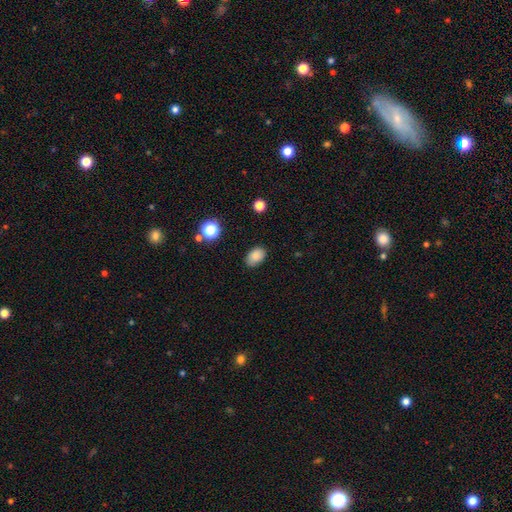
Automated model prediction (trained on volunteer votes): Overall: smooth (83%). How rounded: in between (84%). Merging: none (81%).